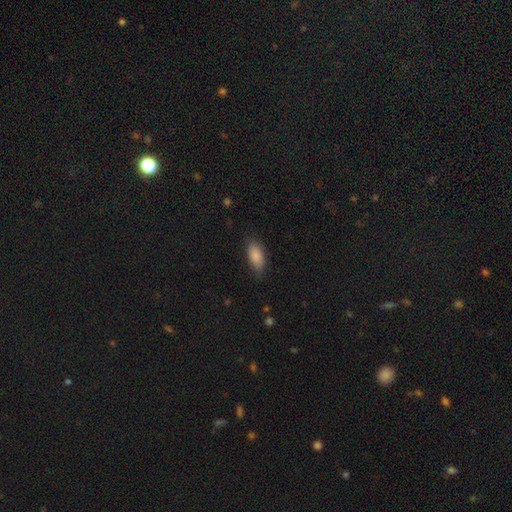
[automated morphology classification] Smooth or featured?
  - smooth: 88% *
  - star or artifact: 7%
  - featured or disk: 5%
How rounded?
  - in between: 88% *
  - cigar-shaped: 9%
  - round: 3%
Merging?
  - none: 80% *
  - minor disturbance: 15%
  - major disturbance: 4%
  - merger: 1%